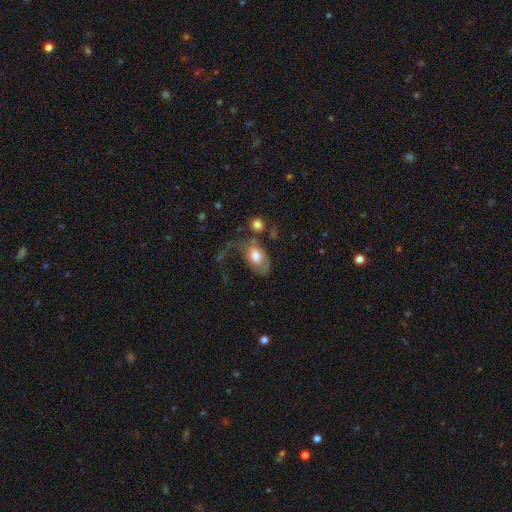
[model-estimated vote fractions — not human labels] A smooth galaxy with no disk features (59%) that is in between round and cigar-shaped (88%).

Vote fractions:
- Smooth or featured? smooth: 59% / featured or disk: 33% / star or artifact: 8%
- How rounded? in between: 88% / round: 10% / cigar-shaped: 2%
- Merging? major disturbance: 44% / none: 26% / minor disturbance: 21% / merger: 9%